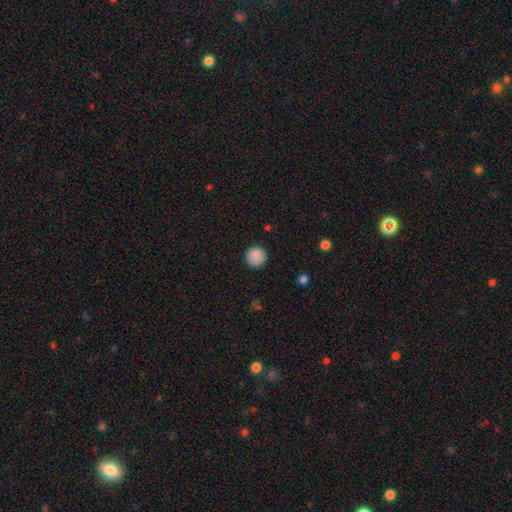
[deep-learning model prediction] Smooth or featured? Predicted: smooth (p=0.88). How rounded? Predicted: round (p=0.95). Merging? Predicted: none (p=0.90).